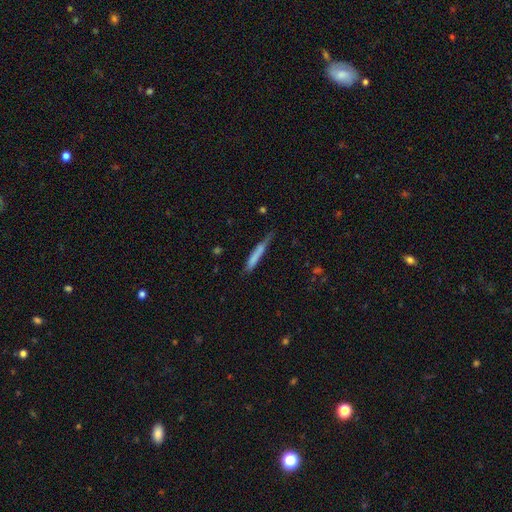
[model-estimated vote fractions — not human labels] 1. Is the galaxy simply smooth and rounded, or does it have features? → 71% smooth, 22% featured or disk, 7% star or artifact.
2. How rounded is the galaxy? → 94% cigar-shaped, 5% in between, 1% round.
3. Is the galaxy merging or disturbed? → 58% none, 30% minor disturbance, 9% major disturbance, 3% merger.